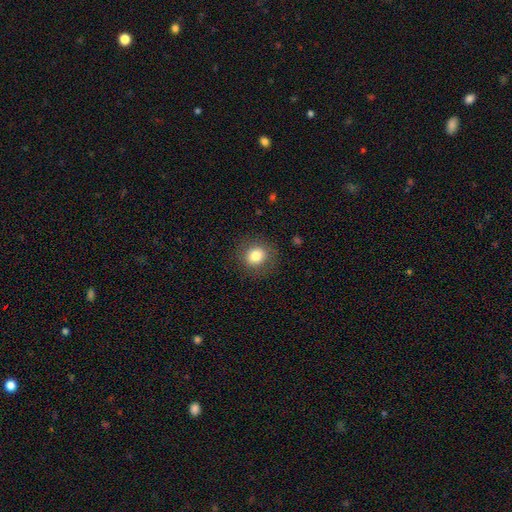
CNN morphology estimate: smooth-or-featured: smooth: 81% | star or artifact: 10% | featured or disk: 8%
  how-rounded: round: 84% | in between: 15% | cigar-shaped: 1%
  merging: none: 85% | minor disturbance: 10% | major disturbance: 4% | merger: 1%